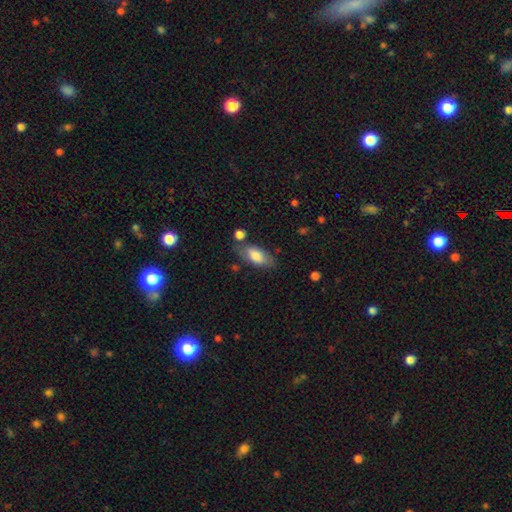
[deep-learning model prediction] Morphology: type=smooth (76%); roundness=in between (86%); merging=none (67%).